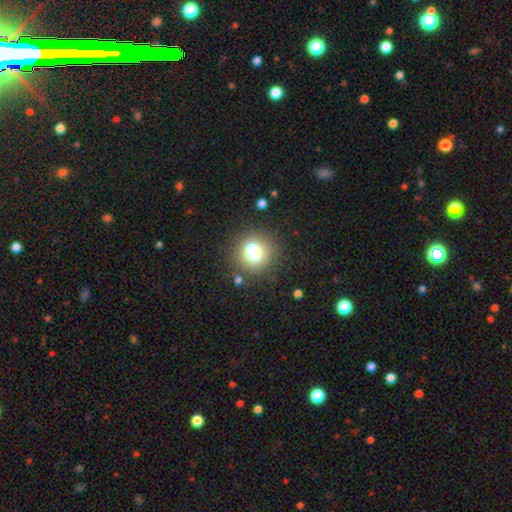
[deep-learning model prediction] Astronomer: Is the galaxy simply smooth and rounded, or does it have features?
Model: smooth — 70%.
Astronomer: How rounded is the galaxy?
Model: round — 86%.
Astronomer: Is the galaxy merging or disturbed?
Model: none — 75%.